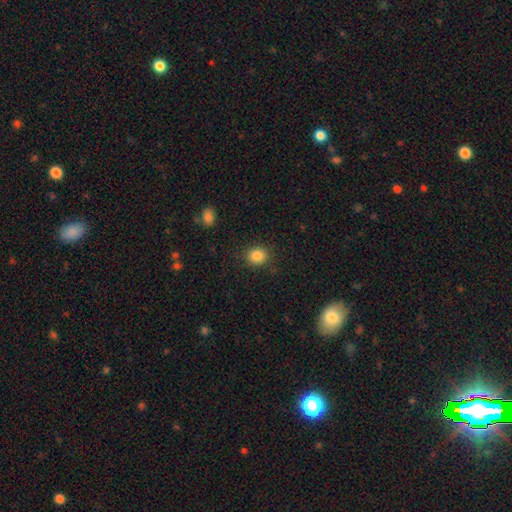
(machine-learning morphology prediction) Q: Smooth or featured?
A: smooth (85%); runner-up: star or artifact (11%)
Q: How rounded?
A: round (79%); runner-up: in between (20%)
Q: Merging?
A: none (87%); runner-up: minor disturbance (9%)